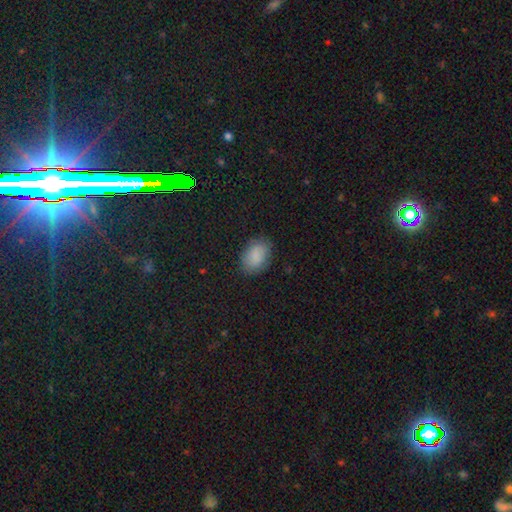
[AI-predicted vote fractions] smooth-or-featured: smooth: 87% | star or artifact: 8% | featured or disk: 5%
  how-rounded: in between: 86% | round: 13% | cigar-shaped: 1%
  merging: none: 82% | minor disturbance: 14% | major disturbance: 4% | merger: 1%